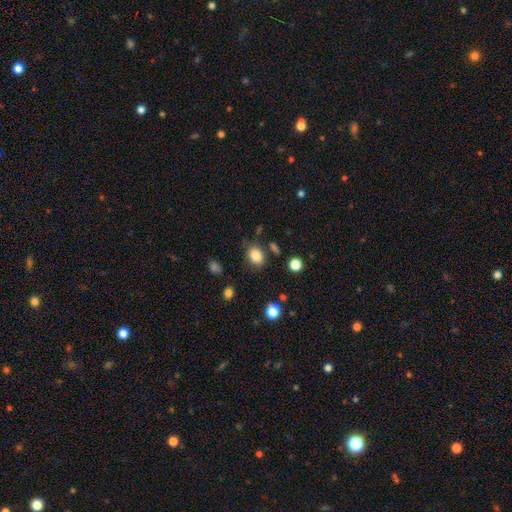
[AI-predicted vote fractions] Q: Smooth or featured?
A: smooth (84%); runner-up: star or artifact (10%)
Q: How rounded?
A: in between (63%); runner-up: round (36%)
Q: Merging?
A: none (76%); runner-up: minor disturbance (14%)